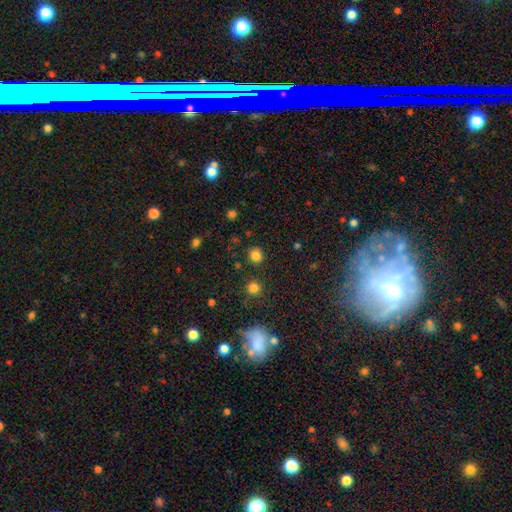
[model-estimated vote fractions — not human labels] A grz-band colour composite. It shows a smooth galaxy with no disk features (82%) that is round (85%). Merging: none (87%).